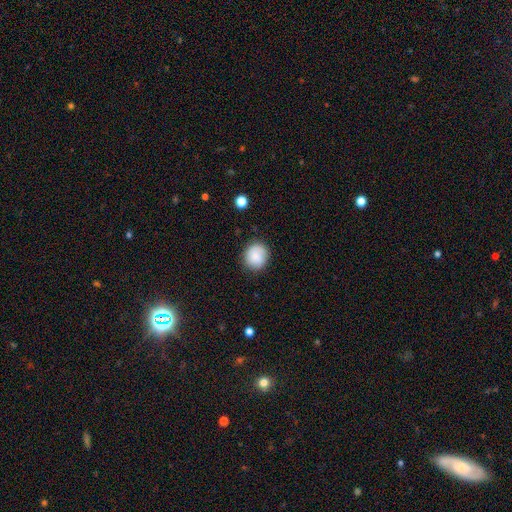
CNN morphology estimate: The model was most divided on "smooth or featured": smooth: 81%, featured or disk: 11%, star or artifact: 8%. More confident: how rounded — round (86%); merging — none (84%).